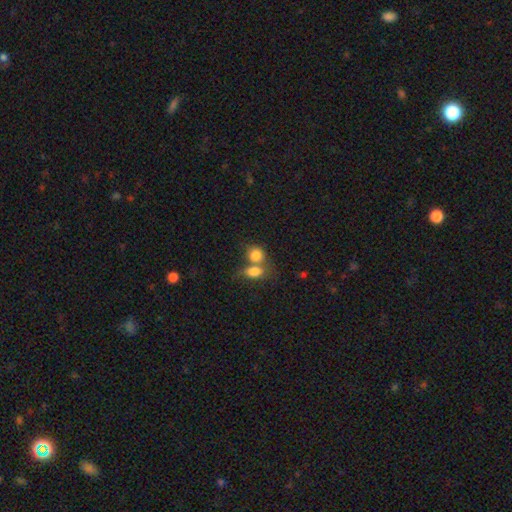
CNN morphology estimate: Q: Smooth or featured?
A: smooth (82%); runner-up: star or artifact (9%)
Q: How rounded?
A: round (56%); runner-up: in between (42%)
Q: Merging?
A: merger (56%); runner-up: none (31%)